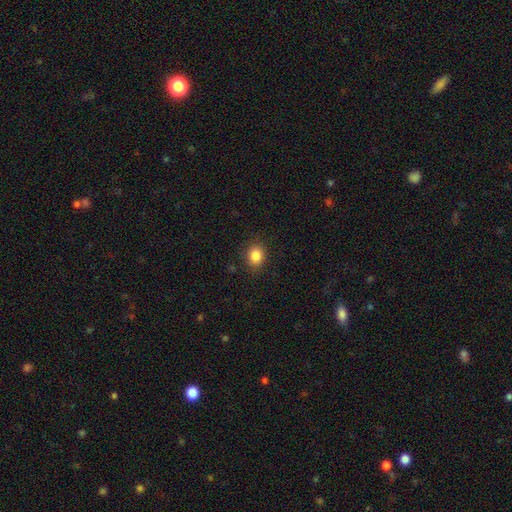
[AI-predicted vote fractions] smooth 85%, star or artifact 10%, featured or disk 5%. Down the decision tree: how rounded — round (64%); merging — none (87%).